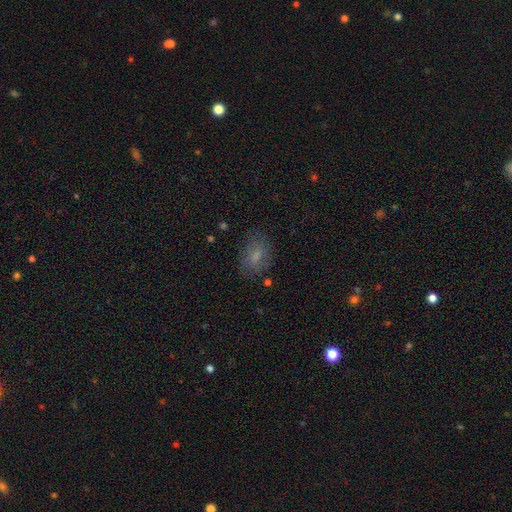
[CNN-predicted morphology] Smooth or featured?
  - smooth: 71% *
  - featured or disk: 17%
  - star or artifact: 12%
How rounded?
  - in between: 78% *
  - round: 20%
  - cigar-shaped: 2%
Merging?
  - none: 73% *
  - minor disturbance: 18%
  - major disturbance: 7%
  - merger: 2%